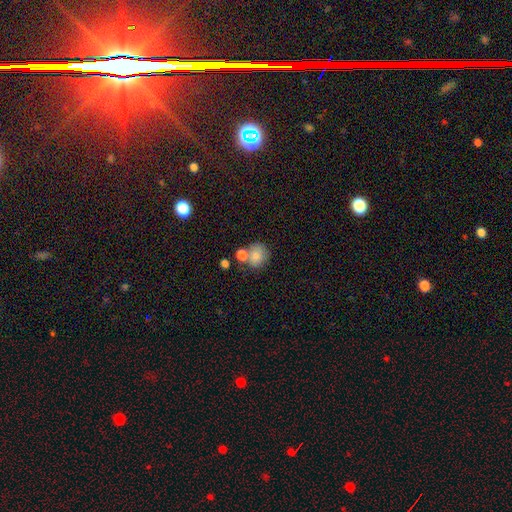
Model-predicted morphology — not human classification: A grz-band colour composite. It shows a smooth galaxy with no disk features (81%) that is round (70%). Merging: none (48%).